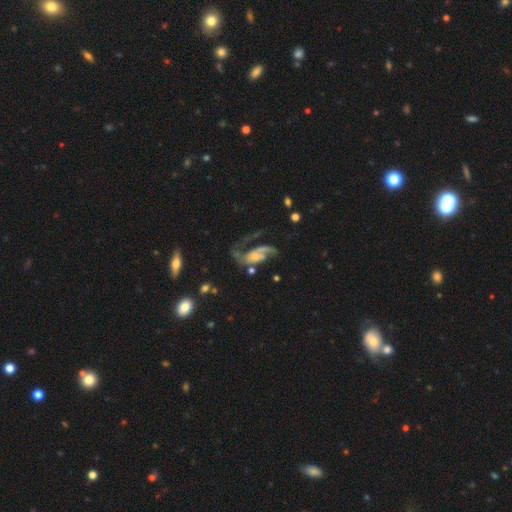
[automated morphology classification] Smooth or featured? Predicted: featured or disk (p=0.79). Edge-on disk? Predicted: no (p=0.96). Bar? Predicted: no (p=0.61). Spiral arms? Predicted: yes (p=0.89). Spiral winding? Predicted: loose (p=0.54). Spiral arm count? Predicted: 2 (p=0.68). Bulge size? Predicted: small (p=0.49). Merging? Predicted: major disturbance (p=0.42).